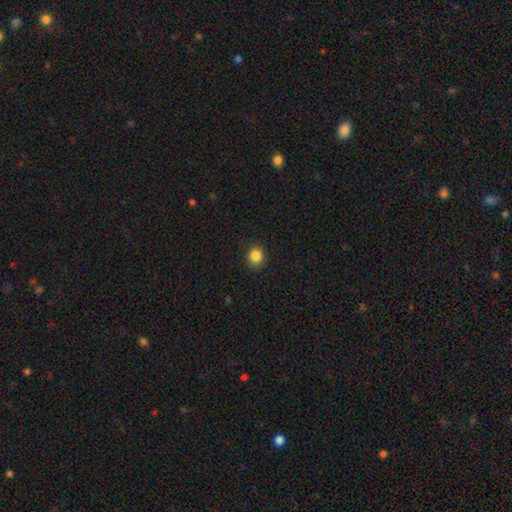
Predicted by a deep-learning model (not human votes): Smooth or featured? Predicted: smooth (p=0.86). How rounded? Predicted: round (p=0.87). Merging? Predicted: none (p=0.90).